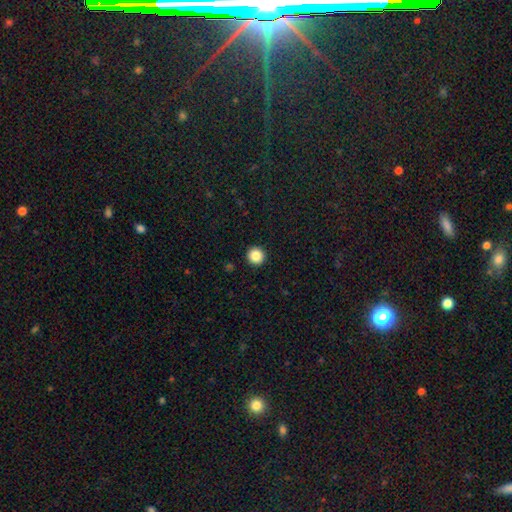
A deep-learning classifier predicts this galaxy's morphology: Smooth or featured?
  - smooth: 86% *
  - star or artifact: 10%
  - featured or disk: 4%
How rounded?
  - round: 95% *
  - in between: 4%
  - cigar-shaped: 1%
Merging?
  - none: 93% *
  - minor disturbance: 4%
  - major disturbance: 1%
  - merger: 1%